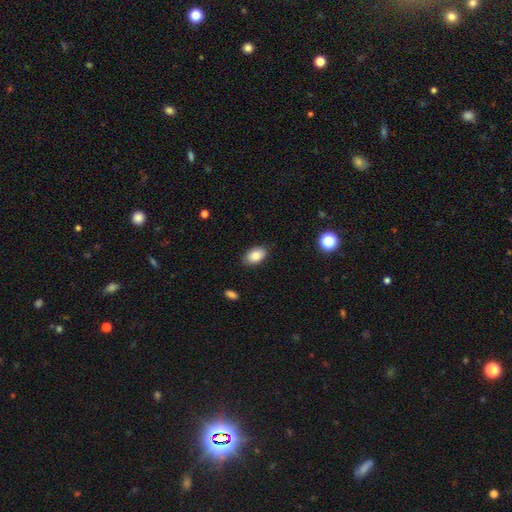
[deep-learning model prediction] Q: Smooth or featured?
A: smooth (81%); runner-up: featured or disk (11%)
Q: How rounded?
A: in between (89%); runner-up: round (9%)
Q: Merging?
A: none (86%); runner-up: minor disturbance (11%)